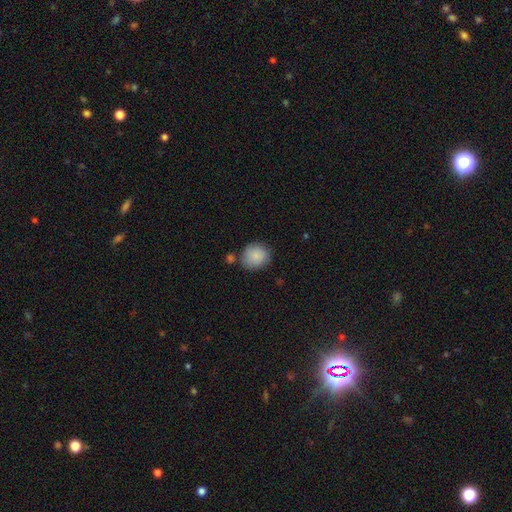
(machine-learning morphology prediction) Q: Smooth or featured?
A: smooth (87%); runner-up: star or artifact (7%)
Q: How rounded?
A: round (81%); runner-up: in between (18%)
Q: Merging?
A: none (69%); runner-up: minor disturbance (18%)